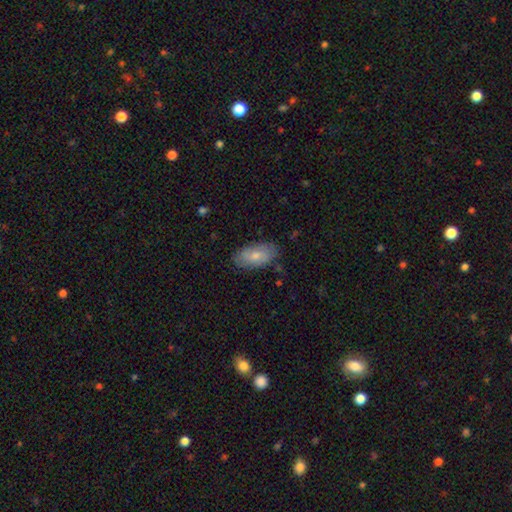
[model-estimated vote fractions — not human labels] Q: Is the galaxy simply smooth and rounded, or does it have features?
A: smooth — 73%.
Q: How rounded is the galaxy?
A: in between — 93%.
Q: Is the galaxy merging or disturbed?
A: none — 81%.